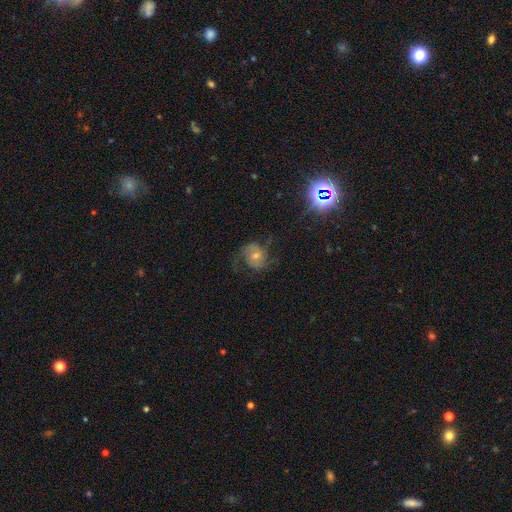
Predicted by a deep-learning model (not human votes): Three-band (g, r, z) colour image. It shows a featured or disk galaxy (66%) with no bar (68%), 2 (74%) medium (47%) spiral arms (88%) and a moderate central bulge (47%). Merging: none (59%).